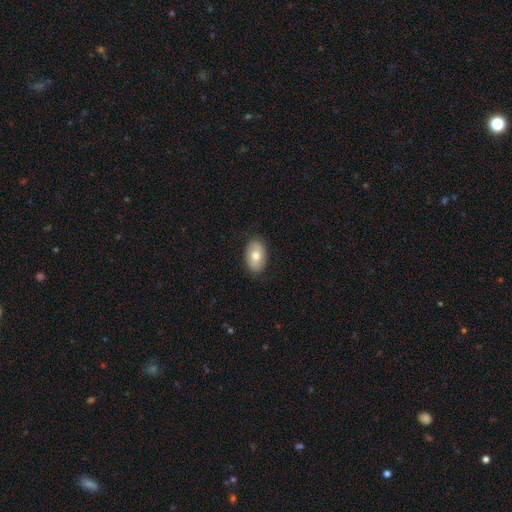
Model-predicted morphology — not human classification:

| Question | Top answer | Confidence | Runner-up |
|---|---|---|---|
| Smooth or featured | smooth | 72% | featured or disk (21%) |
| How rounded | in between | 90% | round (9%) |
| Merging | none | 85% | minor disturbance (12%) |